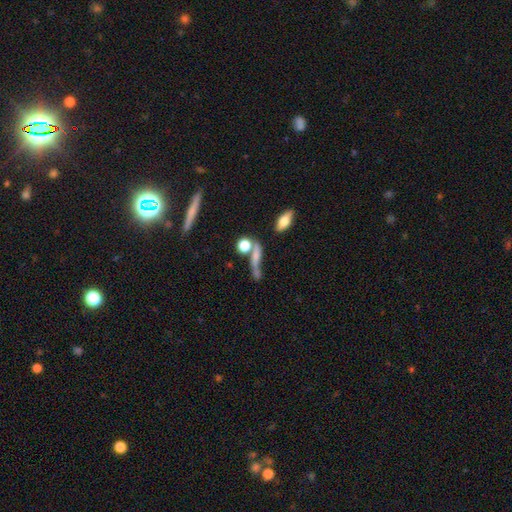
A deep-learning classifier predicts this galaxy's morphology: smooth 54%, featured or disk 32%, star or artifact 15%. Down the decision tree: how rounded — cigar-shaped (47%); merging — none (41%).